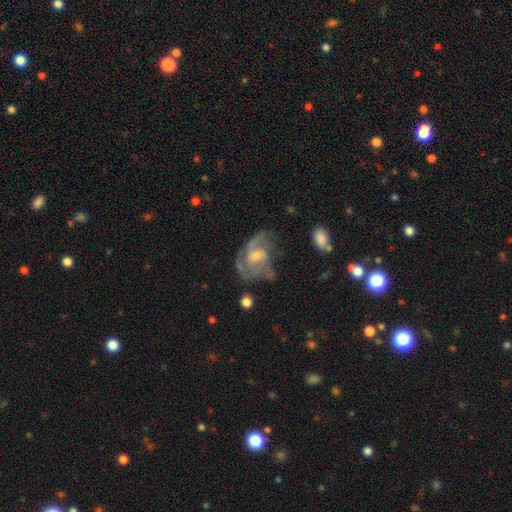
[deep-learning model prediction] The model was most divided on "bar": weak: 46%, no: 44%, strong: 10%. Remaining: edge-on disk — no (97%); spiral arms — yes (91%); smooth or featured — featured or disk (82%); merging — none (51%); spiral winding — medium (49%); bulge size — moderate (46%); spiral arm count — 2 (36%).